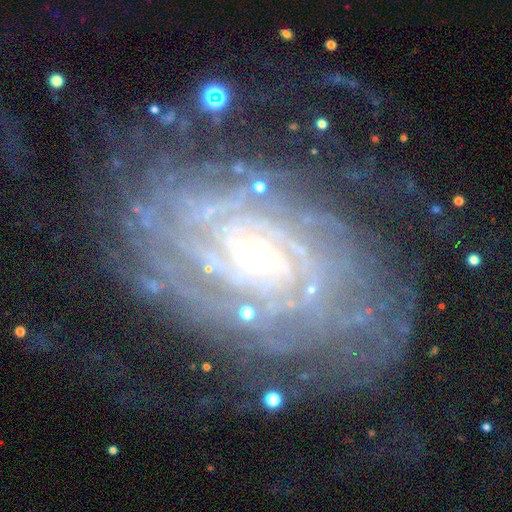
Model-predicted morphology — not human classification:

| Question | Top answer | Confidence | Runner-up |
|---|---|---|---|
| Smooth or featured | featured or disk | 88% | star or artifact (6%) |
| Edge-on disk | no | 96% | yes (4%) |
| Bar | no | 62% | weak (28%) |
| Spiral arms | yes | 96% | no (4%) |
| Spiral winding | tight | 78% | medium (17%) |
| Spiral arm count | can't tell | 38% | more than 4 (16%) |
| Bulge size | small | 78% | moderate (16%) |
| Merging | none | 69% | minor disturbance (17%) |